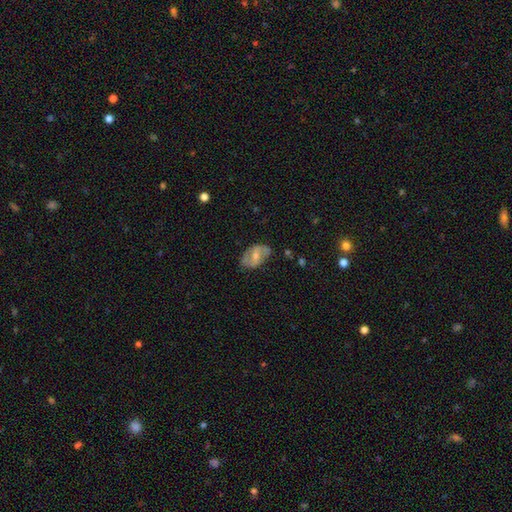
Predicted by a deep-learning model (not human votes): Morphology: type=featured or disk (58%); edge-on=no (94%); bar=weak (44%); spiral arms=yes (65%); bulge=moderate (58%); merging=none (69%).